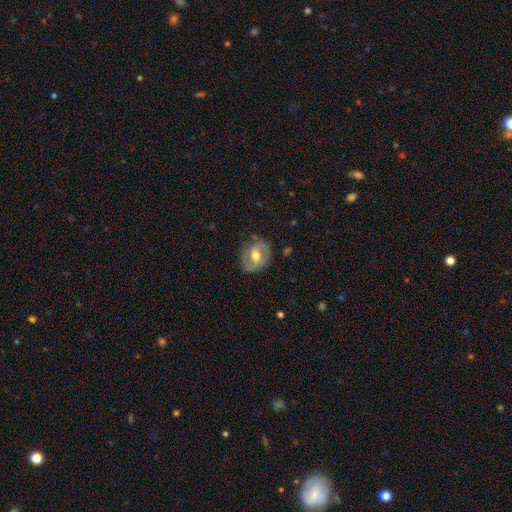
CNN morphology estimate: This is likely a featured or disk galaxy (71%). It is clearly not viewed edge-on (96%). Bar: possibly weak (45%). Spiral arm pattern: likely yes (77%). Spiral arm count: clearly 2 (83%). Spiral winding: possibly medium (46%). Central bulge: likely moderate (75%). Merging: likely none (77%).